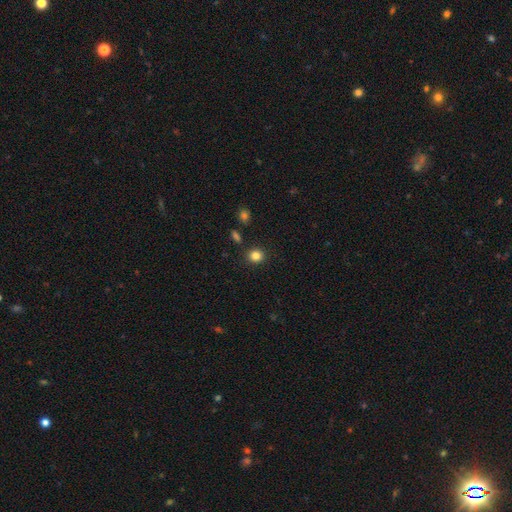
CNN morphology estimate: Overall: smooth (84%). How rounded: round (83%). Merging: none (88%).